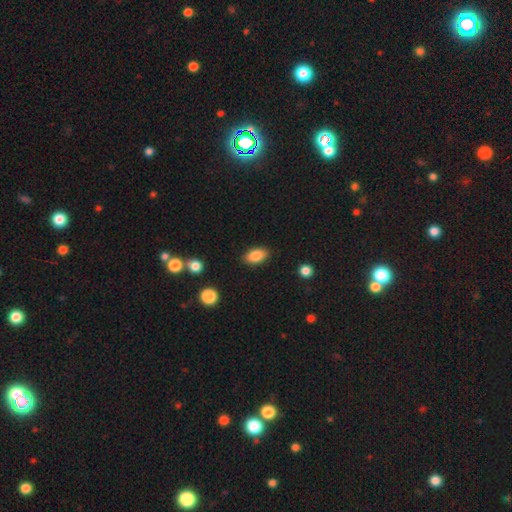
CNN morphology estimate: smooth-or-featured: smooth: 85% | star or artifact: 8% | featured or disk: 7%
  how-rounded: in between: 91% | round: 6% | cigar-shaped: 3%
  merging: none: 87% | minor disturbance: 9% | major disturbance: 2% | merger: 1%